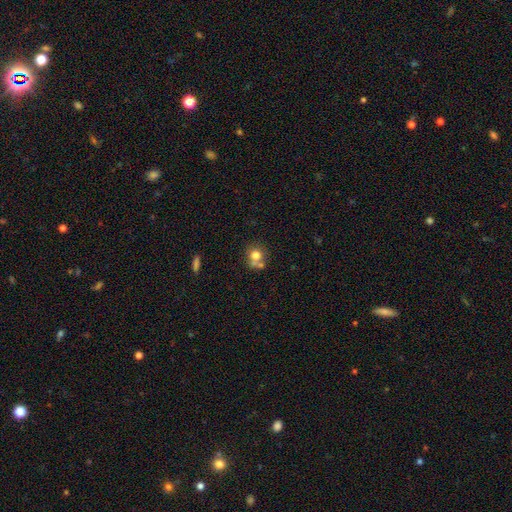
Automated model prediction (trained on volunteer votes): A smooth galaxy with no disk features (72%) that is round (80%). Merging: none (48%).